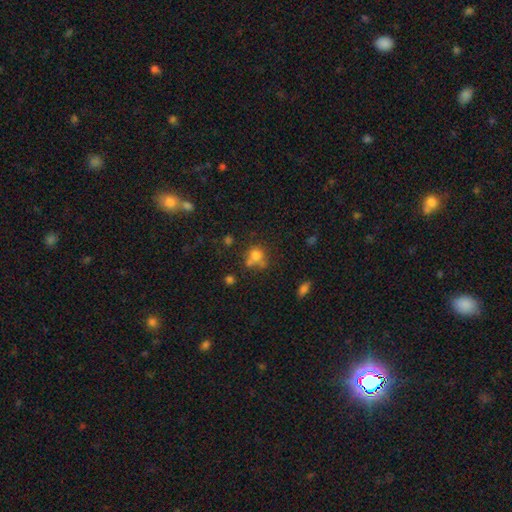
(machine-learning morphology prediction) Smooth or featured?
  - smooth: 72% *
  - star or artifact: 15%
  - featured or disk: 13%
How rounded?
  - round: 71% *
  - in between: 28%
  - cigar-shaped: 1%
Merging?
  - none: 43% *
  - merger: 30%
  - minor disturbance: 17%
  - major disturbance: 10%